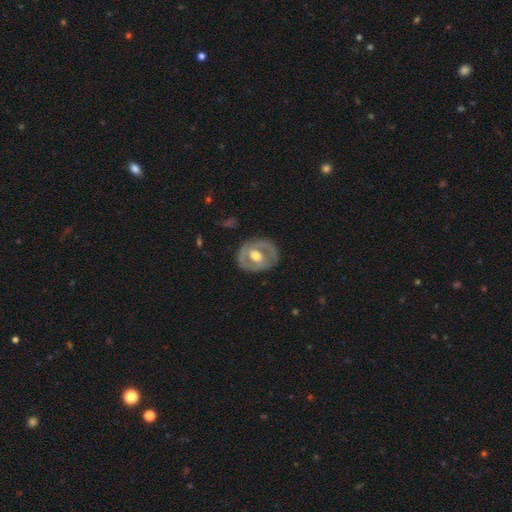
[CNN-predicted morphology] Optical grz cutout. It shows a featured or disk galaxy (64%) with no bar (48%), no spiral arms (66%) and a moderate central bulge (73%). Merging: none (78%).